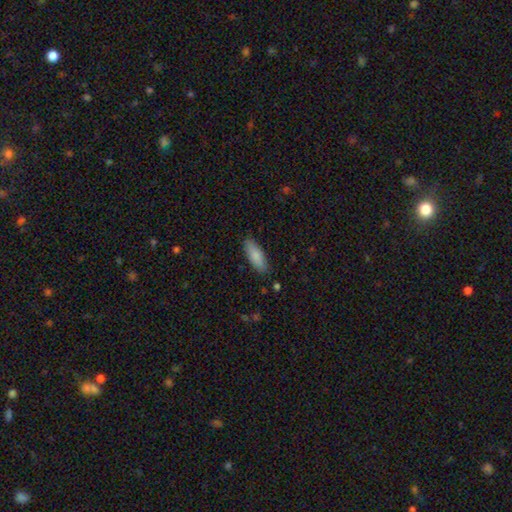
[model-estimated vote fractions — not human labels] Smooth or featured? Predicted: smooth (p=0.85). How rounded? Predicted: in between (p=0.68). Merging? Predicted: none (p=0.87).